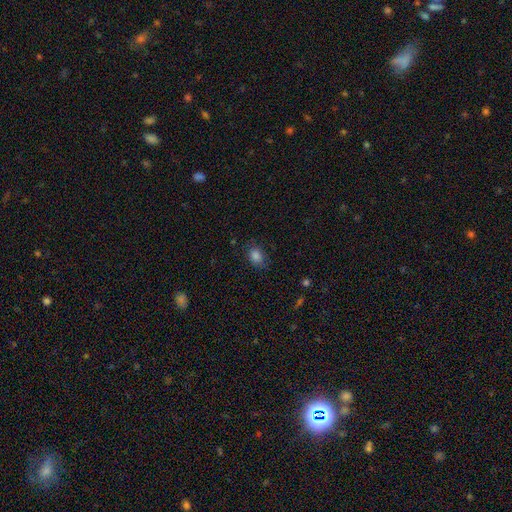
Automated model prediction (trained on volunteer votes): A smooth galaxy with no disk features (83%) that is in between round and cigar-shaped (71%). Merging: none (76%).